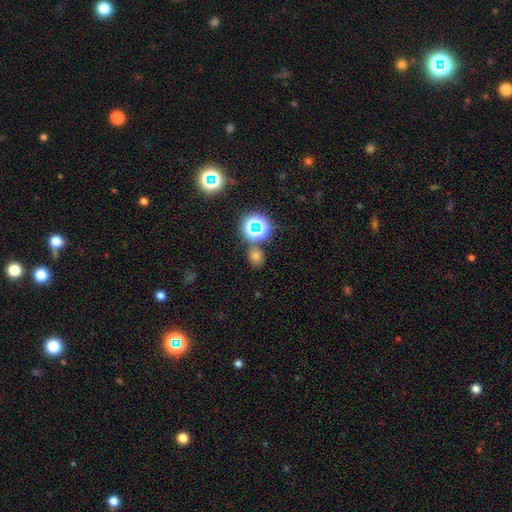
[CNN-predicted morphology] Smooth or featured: smooth — 58% (star or artifact — 36%)
How rounded: round — 78% (in between — 21%)
Merging: none — 78% (merger — 10%)